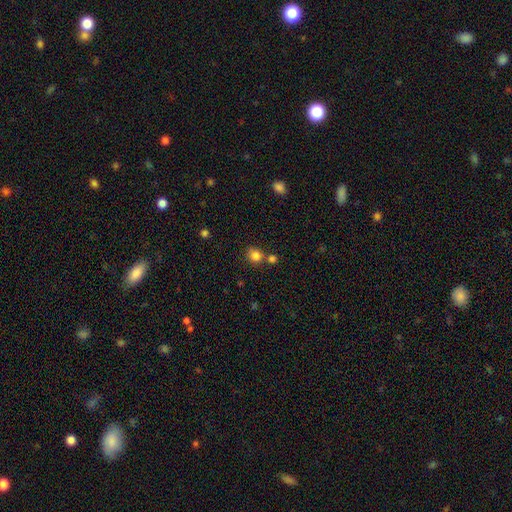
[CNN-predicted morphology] The model was most divided on "merging": none: 66%, merger: 21%, minor disturbance: 10%, major disturbance: 4%. More confident: smooth or featured — smooth (83%); how rounded — round (78%).